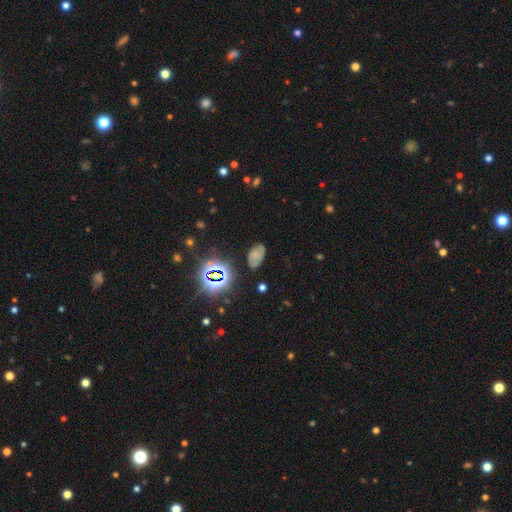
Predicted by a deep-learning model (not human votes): Smooth or featured: smooth — 46% (featured or disk — 28%)
Merging: none — 67% (minor disturbance — 22%)